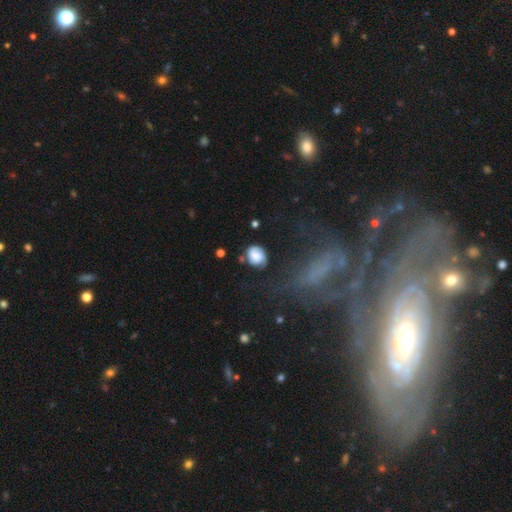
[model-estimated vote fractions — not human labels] Q: Smooth or featured?
A: smooth (54%); runner-up: featured or disk (37%)
Q: How rounded?
A: round (55%); runner-up: in between (43%)
Q: Merging?
A: none (62%); runner-up: minor disturbance (22%)